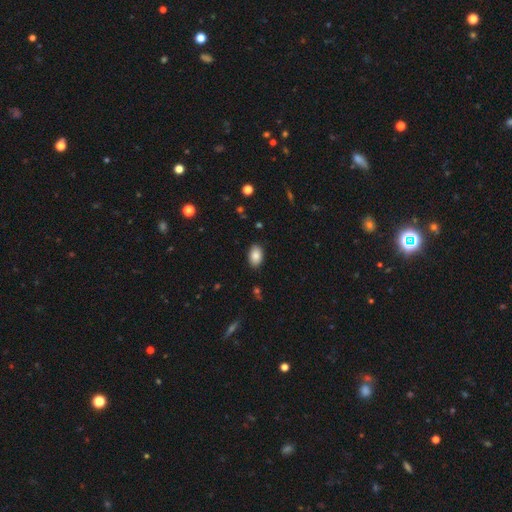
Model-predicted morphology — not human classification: Q: Smooth or featured?
A: smooth (86%); runner-up: star or artifact (8%)
Q: How rounded?
A: in between (91%); runner-up: round (8%)
Q: Merging?
A: none (88%); runner-up: minor disturbance (9%)